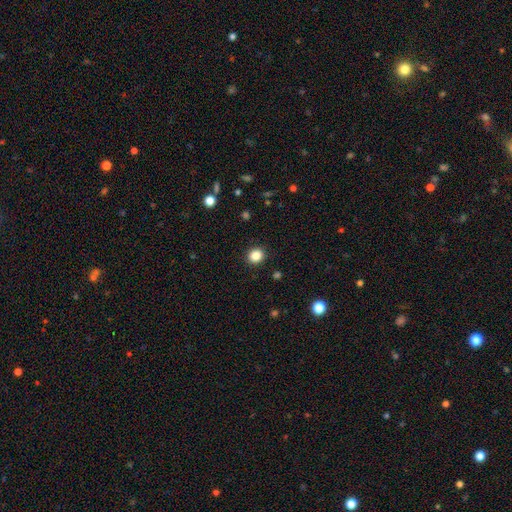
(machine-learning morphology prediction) type=smooth (85%); roundness=round (82%); merging=none (92%).